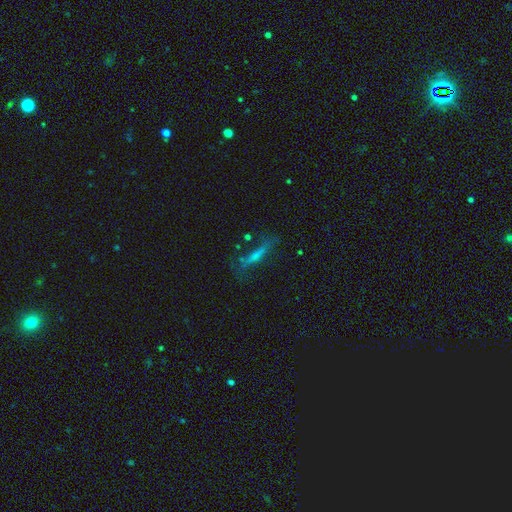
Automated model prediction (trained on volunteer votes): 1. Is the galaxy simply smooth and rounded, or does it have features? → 40% smooth (tied), 40% featured or disk (tied), 20% star or artifact.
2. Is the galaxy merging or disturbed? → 60% none, 21% minor disturbance, 16% major disturbance, 4% merger.